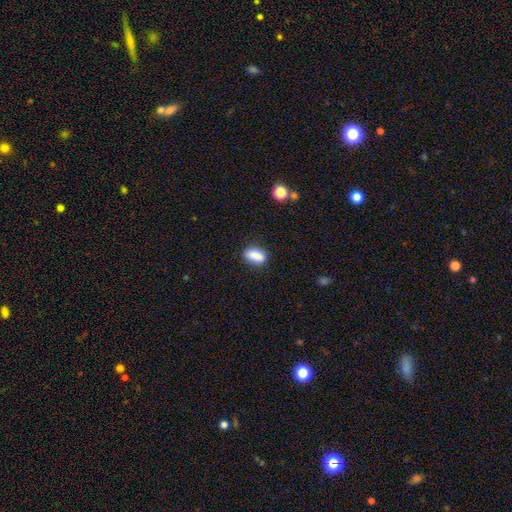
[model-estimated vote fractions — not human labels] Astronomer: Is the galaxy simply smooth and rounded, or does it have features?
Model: smooth — 84%.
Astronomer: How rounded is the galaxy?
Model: in between — 77%.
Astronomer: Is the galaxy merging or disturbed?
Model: none — 82%.